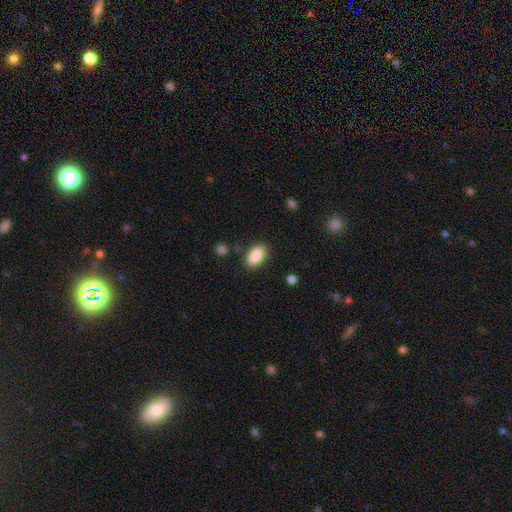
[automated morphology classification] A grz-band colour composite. It shows a smooth galaxy with no disk features (88%) that is in between round and cigar-shaped (90%). Merging: none (86%).